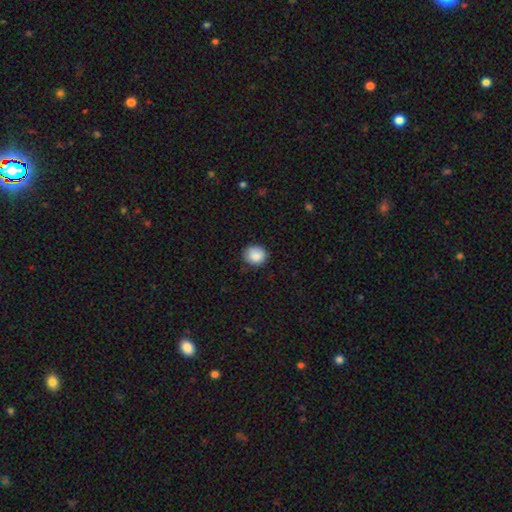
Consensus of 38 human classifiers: smooth-or-featured: smooth: 92% | star or artifact: 8% | featured or disk: 0%
  how-rounded: round: 66% | in between: 34% | cigar-shaped: 0%
  merging: none: 86% | minor disturbance: 9% | major disturbance: 3% | merger: 3%